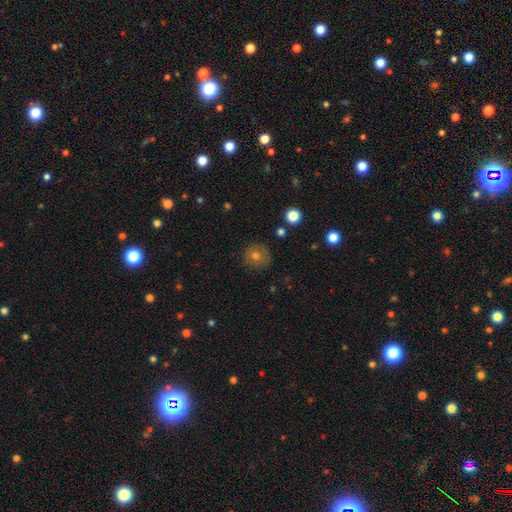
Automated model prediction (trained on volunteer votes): This is likely a smooth galaxy (66%). How rounded: clearly round (94%). Merging: clearly none (87%).